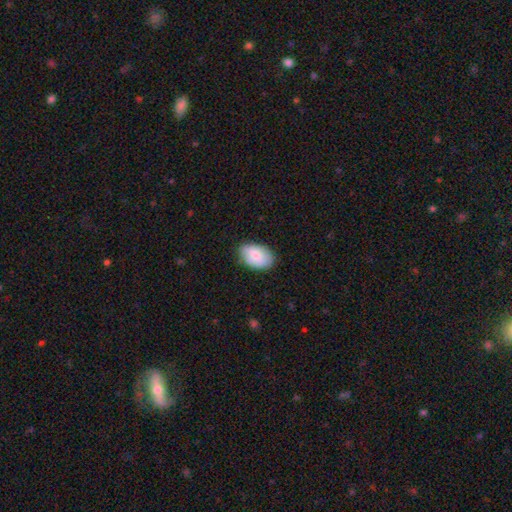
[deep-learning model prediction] Overall: smooth (78%). How rounded: in between (92%). Merging: none (78%).